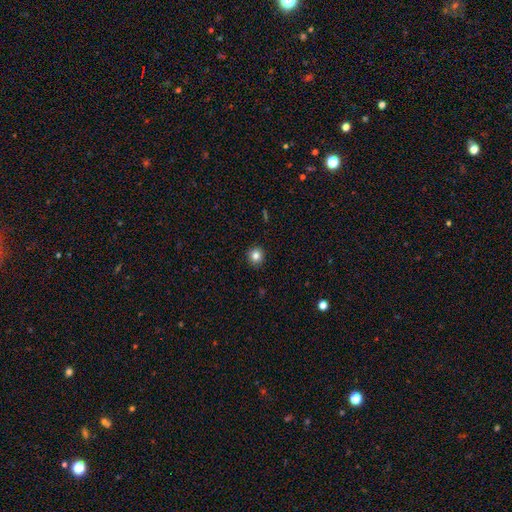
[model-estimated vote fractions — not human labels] A smooth galaxy with no disk features (82%) that is round (91%).

Vote fractions:
- Smooth or featured? smooth: 82% / star or artifact: 11% / featured or disk: 7%
- How rounded? round: 91% / in between: 8% / cigar-shaped: 1%
- Merging? none: 92% / minor disturbance: 6% / major disturbance: 2% / merger: 1%